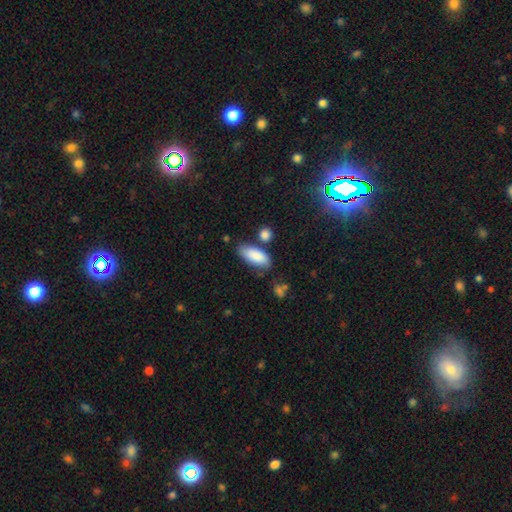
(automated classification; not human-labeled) smooth-or-featured: smooth: 86% | featured or disk: 8% | star or artifact: 6%
  how-rounded: in between: 85% | cigar-shaped: 13% | round: 2%
  merging: none: 67% | minor disturbance: 18% | merger: 10% | major disturbance: 5%